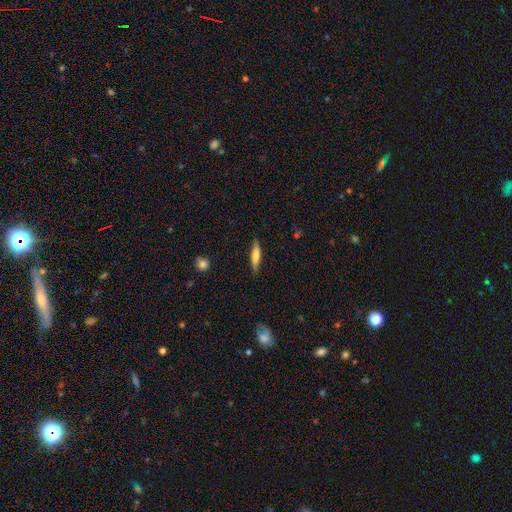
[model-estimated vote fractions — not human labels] smooth-or-featured: smooth: 68% | featured or disk: 26% | star or artifact: 6%
  how-rounded: cigar-shaped: 79% | in between: 19% | round: 2%
  merging: none: 86% | minor disturbance: 11% | major disturbance: 2% | merger: 1%